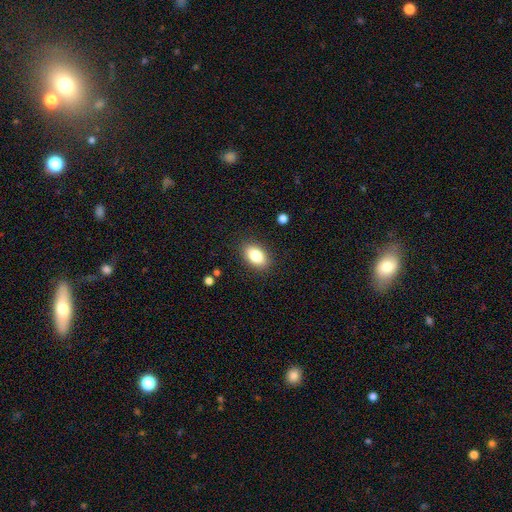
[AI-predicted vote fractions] Overall: smooth (82%). How rounded: in between (88%). Merging: none (87%).